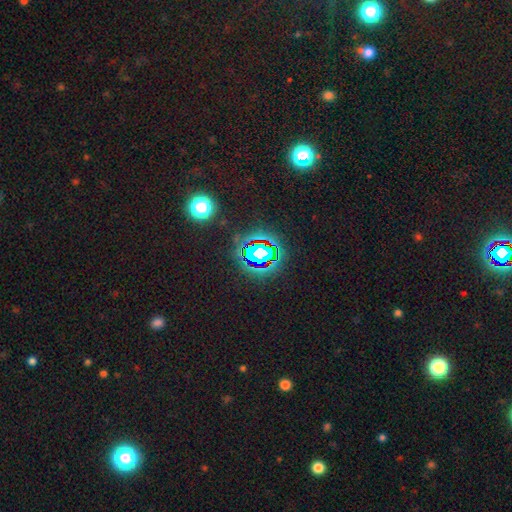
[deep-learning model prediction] This is likely a star or artifact rather than a galaxy (78%).